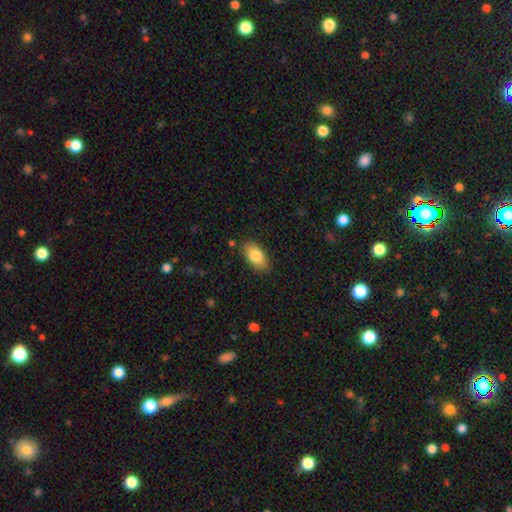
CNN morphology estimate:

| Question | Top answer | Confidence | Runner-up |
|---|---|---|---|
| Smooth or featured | smooth | 82% | featured or disk (12%) |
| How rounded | in between | 92% | round (4%) |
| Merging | none | 85% | minor disturbance (11%) |